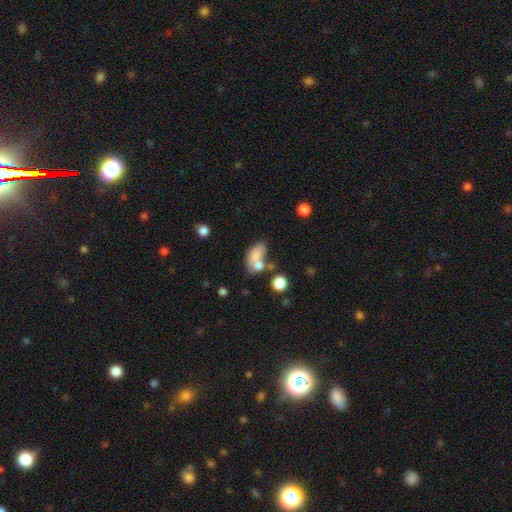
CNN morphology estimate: Smooth or featured: smooth — 72% (featured or disk — 17%)
How rounded: in between — 84% (round — 13%)
Merging: merger — 43% (none — 29%)